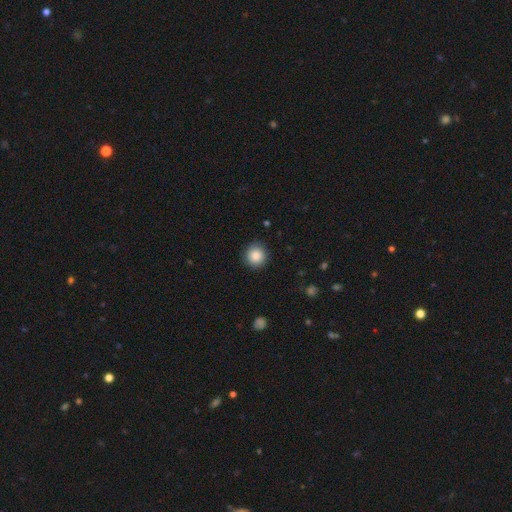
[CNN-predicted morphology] smooth-or-featured: smooth: 86% | star or artifact: 9% | featured or disk: 5%
  how-rounded: round: 94% | in between: 5% | cigar-shaped: 1%
  merging: none: 90% | minor disturbance: 7% | major disturbance: 2% | merger: 1%